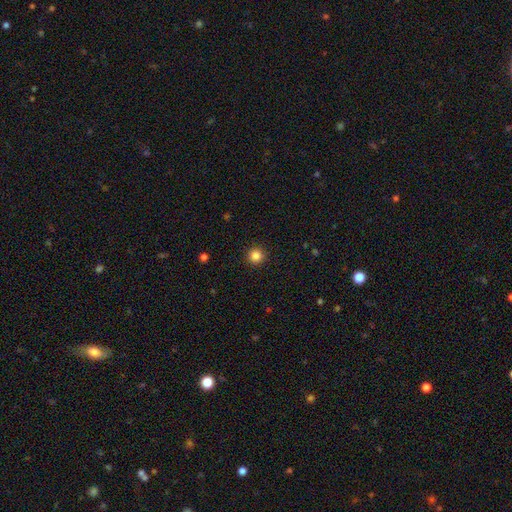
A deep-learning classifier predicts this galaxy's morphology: smooth_or_featured: smooth (p=0.85) [alt: star or artifact p=0.12]
how_rounded: round (p=0.95) [alt: in between p=0.04]
merging: none (p=0.92) [alt: minor disturbance p=0.05]